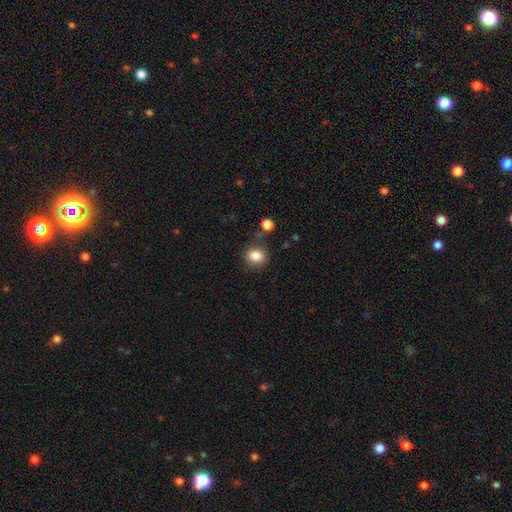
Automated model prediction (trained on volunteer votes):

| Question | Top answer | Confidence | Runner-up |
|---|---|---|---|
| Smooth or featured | smooth | 85% | star or artifact (10%) |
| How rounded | round | 60% | in between (39%) |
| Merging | none | 81% | minor disturbance (11%) |